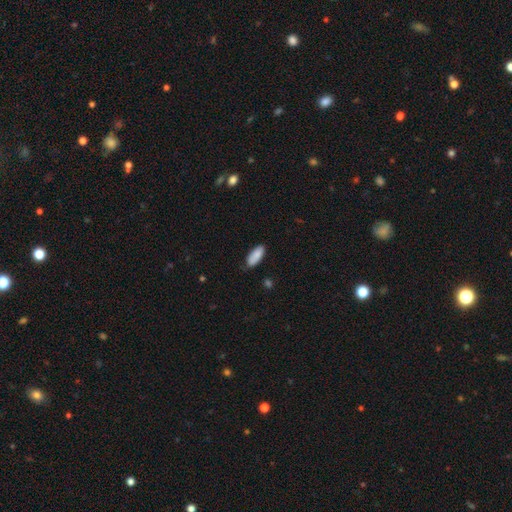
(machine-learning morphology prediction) This appears to be a smooth galaxy with no disk features (87%) that is in between round and cigar-shaped (85%). Merging: none (78%).